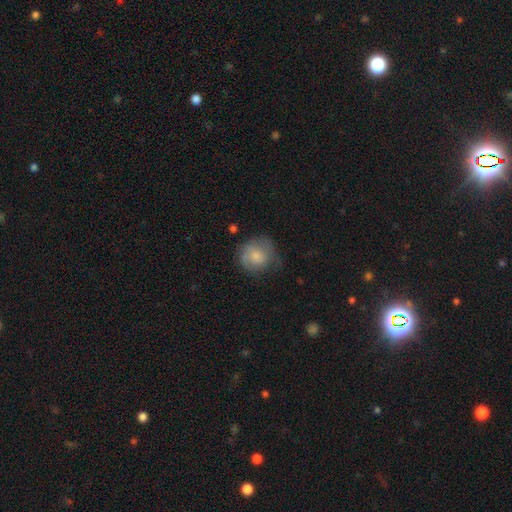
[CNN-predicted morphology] This is likely a smooth galaxy (65%). How rounded: clearly round (84%). Merging: possibly none (52%).